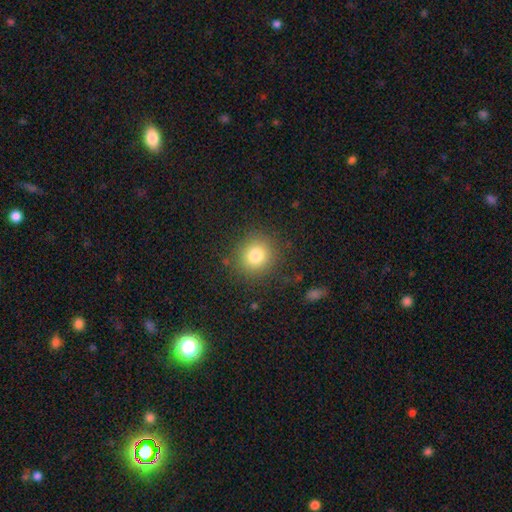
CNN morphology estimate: type=smooth (80%); roundness=round (88%); merging=none (86%).